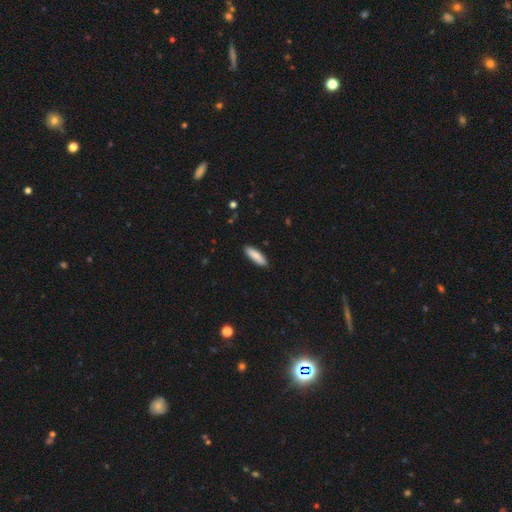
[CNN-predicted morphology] type=smooth (87%); roundness=cigar-shaped (63%); merging=none (90%).